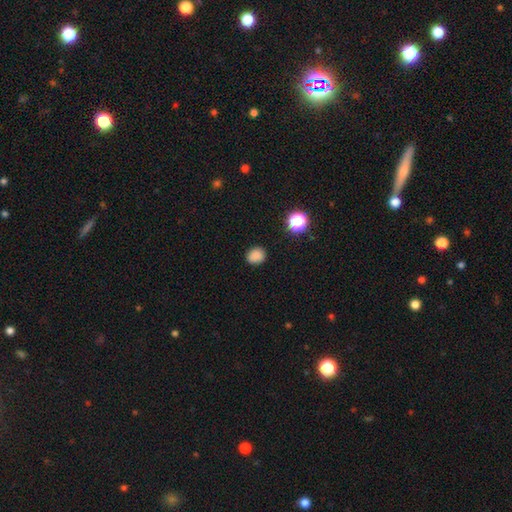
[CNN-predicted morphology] This appears to be a smooth galaxy with no disk features (83%) that is round (69%). Merging: none (86%).